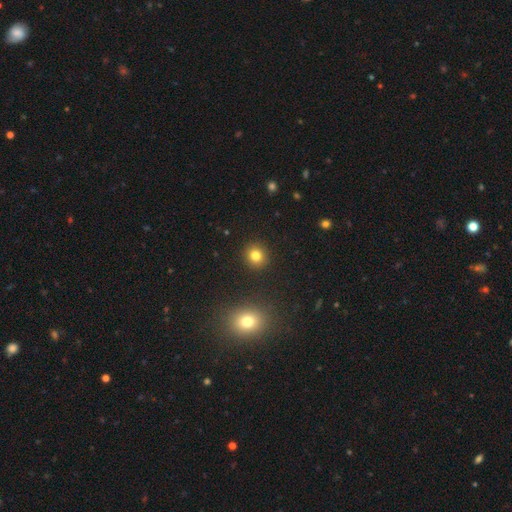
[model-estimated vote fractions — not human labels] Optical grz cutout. It shows a smooth galaxy with no disk features (81%) that is round (89%). Merging: none (91%).